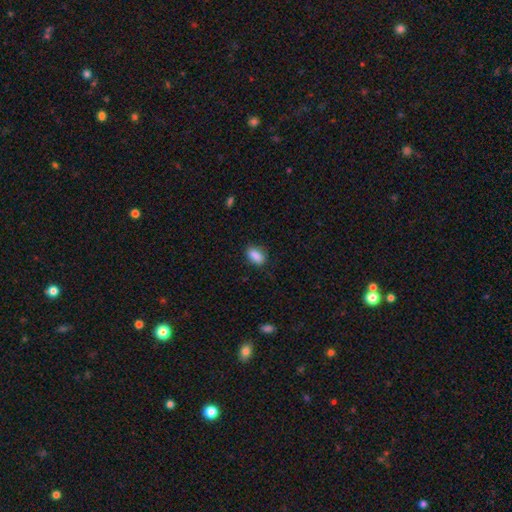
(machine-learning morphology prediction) smooth-or-featured: smooth: 88% | star or artifact: 8% | featured or disk: 5%
  how-rounded: in between: 88% | round: 9% | cigar-shaped: 4%
  merging: none: 80% | minor disturbance: 15% | major disturbance: 3% | merger: 1%